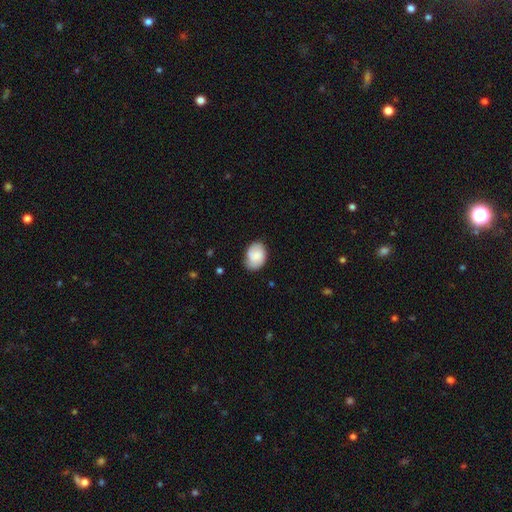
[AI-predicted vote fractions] A smooth galaxy with no disk features (71%) that is in between round and cigar-shaped (73%).

Vote fractions:
- Smooth or featured? smooth: 71% / featured or disk: 22% / star or artifact: 8%
- How rounded? in between: 73% / round: 26% / cigar-shaped: 1%
- Merging? none: 73% / minor disturbance: 21% / major disturbance: 5% / merger: 1%